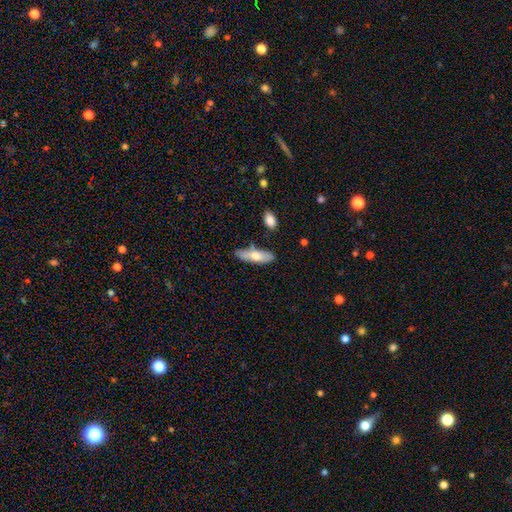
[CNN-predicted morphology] Overall: smooth (65%; featured or disk 29%). How rounded: cigar-shaped (53%; in between 45%). Merging: none (72%).